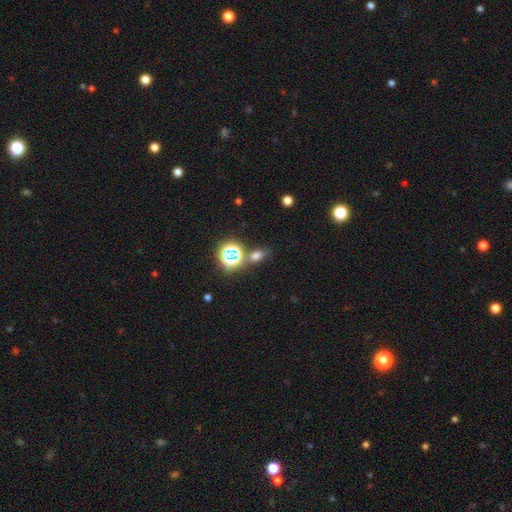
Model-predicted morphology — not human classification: Smooth or featured?
  - smooth: 59% *
  - star or artifact: 33%
  - featured or disk: 8%
How rounded?
  - in between: 68% *
  - round: 28%
  - cigar-shaped: 4%
Merging?
  - none: 66% *
  - merger: 16%
  - minor disturbance: 13%
  - major disturbance: 5%